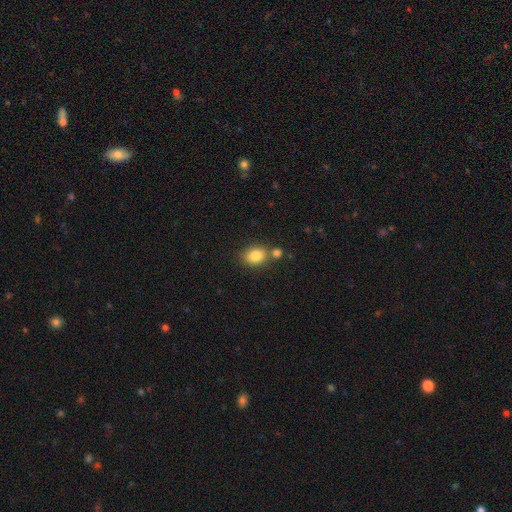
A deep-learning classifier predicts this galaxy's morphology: This is clearly a smooth galaxy (84%). How rounded: likely in between (67%). Merging: likely none (62%).